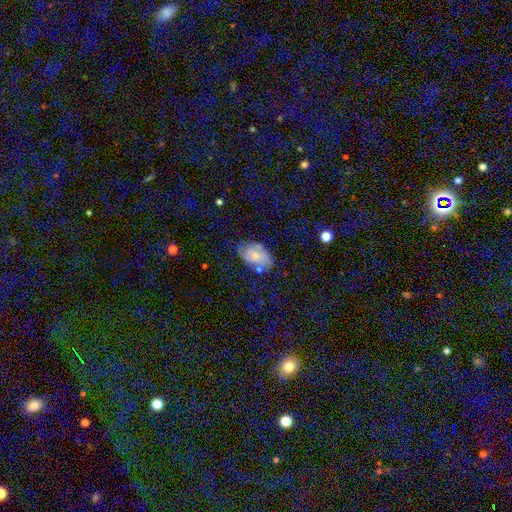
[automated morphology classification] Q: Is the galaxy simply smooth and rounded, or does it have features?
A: smooth — 55%.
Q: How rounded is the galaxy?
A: in between — 91%.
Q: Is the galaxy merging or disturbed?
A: none — 57%.